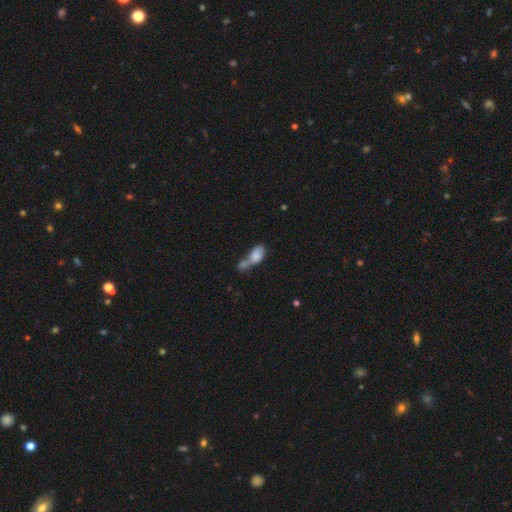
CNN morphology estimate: A smooth galaxy with no disk features (79%) that is in between round and cigar-shaped (86%).

Vote fractions:
- Smooth or featured? smooth: 79% / featured or disk: 13% / star or artifact: 8%
- How rounded? in between: 86% / round: 9% / cigar-shaped: 6%
- Merging? merger: 71% / none: 15% / minor disturbance: 8% / major disturbance: 7%